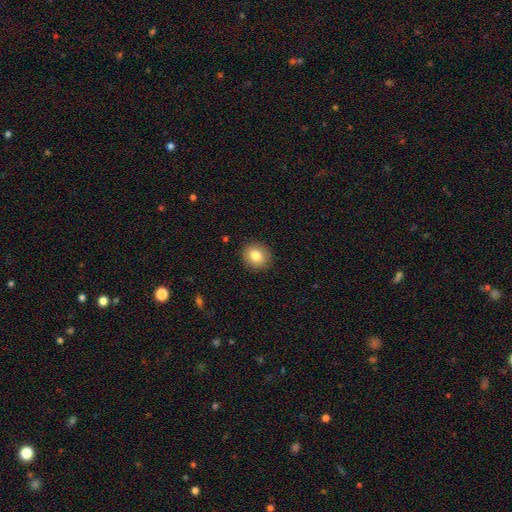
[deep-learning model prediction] Overall: smooth (82%). How rounded: round (75%). Merging: none (90%).